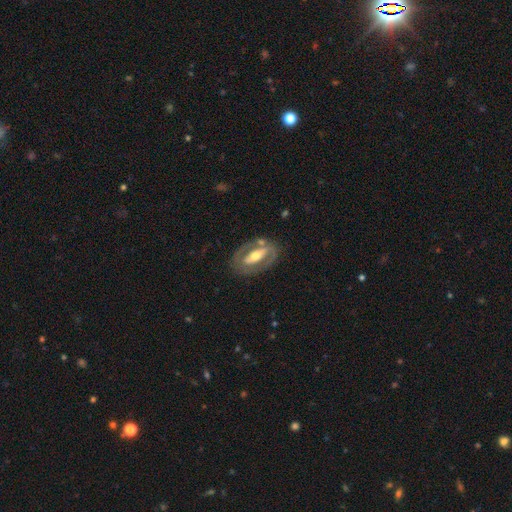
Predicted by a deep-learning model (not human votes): smooth-or-featured: featured or disk: 75% | smooth: 21% | star or artifact: 5%
  disk-edge-on: no: 89% | yes: 11%
    bar: strong: 48% | no: 29% | weak: 23%
    has-spiral-arms: no: 53% | yes: 47%
    bulge-size: moderate: 66% | small: 19% | large: 13% | dominant: 1% | none: 1%
  merging: none: 75% | minor disturbance: 14% | major disturbance: 8% | merger: 3%